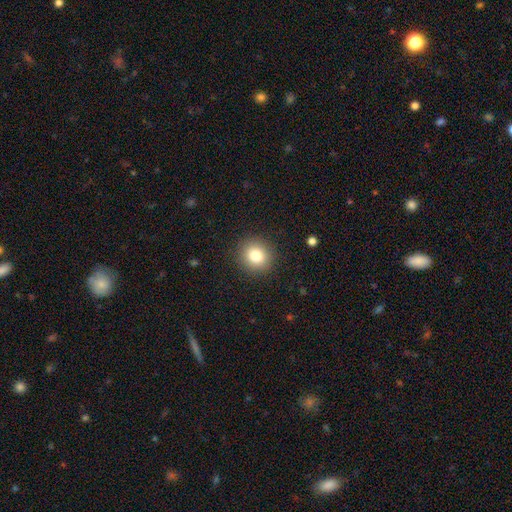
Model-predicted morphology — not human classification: Q: Smooth or featured?
A: smooth (81%); runner-up: star or artifact (11%)
Q: How rounded?
A: round (86%); runner-up: in between (13%)
Q: Merging?
A: none (90%); runner-up: minor disturbance (6%)